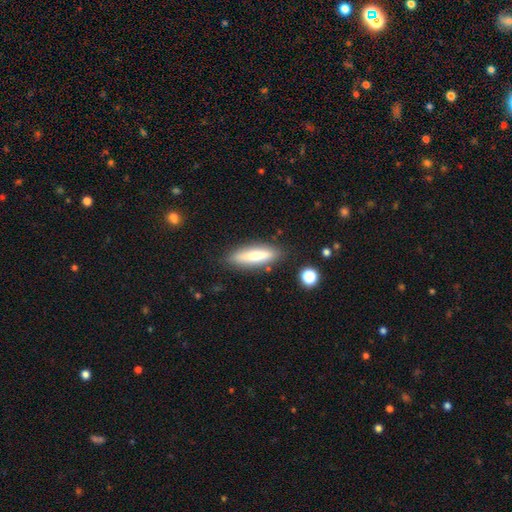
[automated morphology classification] Smooth or featured? Predicted: smooth (p=0.72). How rounded? Predicted: cigar-shaped (p=0.68). Merging? Predicted: none (p=0.83).